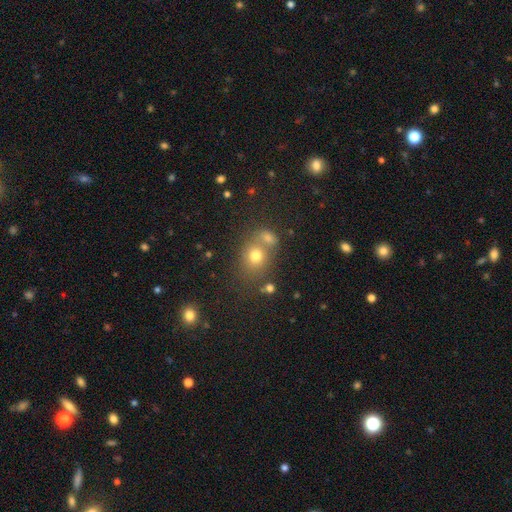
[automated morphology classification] smooth-or-featured: smooth: 72% | star or artifact: 16% | featured or disk: 12%
  how-rounded: round: 62% | in between: 37% | cigar-shaped: 1%
  merging: none: 49% | merger: 35% | minor disturbance: 11% | major disturbance: 5%